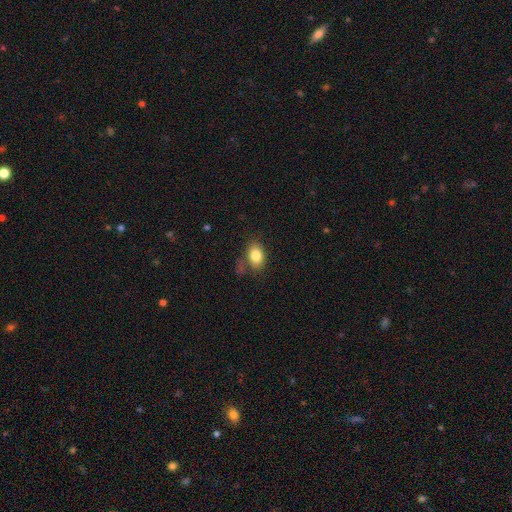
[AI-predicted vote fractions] This appears to be a smooth galaxy with no disk features (83%) that is in between round and cigar-shaped (80%). Merging: none (62%).